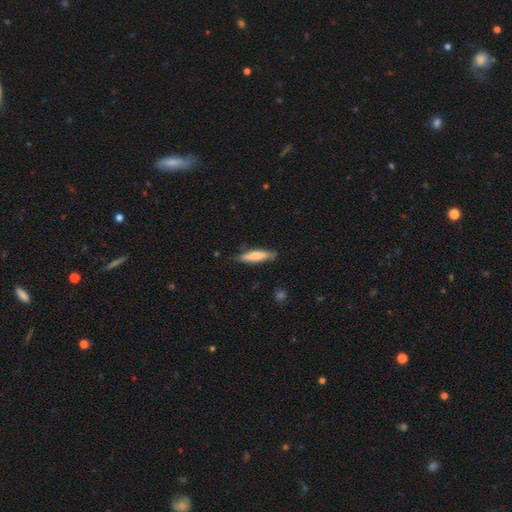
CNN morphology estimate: Smooth or featured: smooth — 71% (featured or disk — 23%)
How rounded: cigar-shaped — 75% (in between — 23%)
Merging: none — 81% (minor disturbance — 15%)